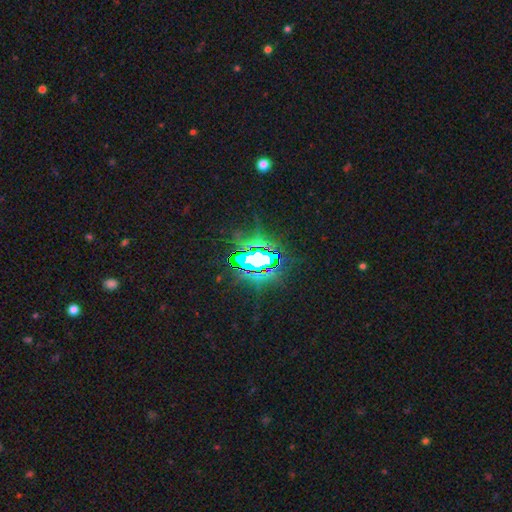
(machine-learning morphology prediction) Smooth or featured: star or artifact — 74% (featured or disk — 14%)